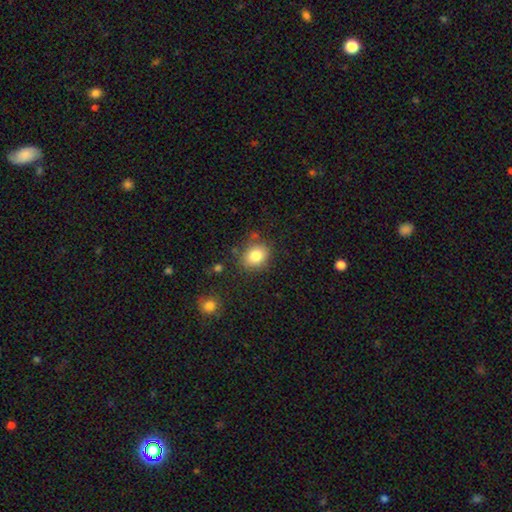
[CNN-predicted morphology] smooth_or_featured: smooth (p=0.83) [alt: star or artifact p=0.10]
how_rounded: round (p=0.52) [alt: in between p=0.47]
merging: none (p=0.79) [alt: minor disturbance p=0.14]